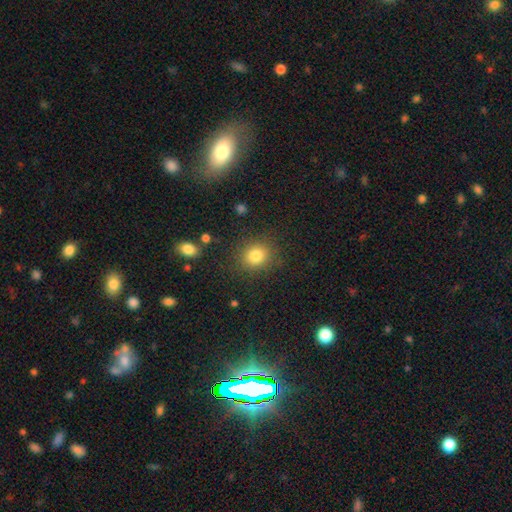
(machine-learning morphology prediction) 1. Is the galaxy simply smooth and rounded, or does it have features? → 81% smooth, 12% star or artifact, 7% featured or disk.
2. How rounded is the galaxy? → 76% round, 23% in between, 1% cigar-shaped.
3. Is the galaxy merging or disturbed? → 85% none, 9% minor disturbance, 4% major disturbance, 2% merger.